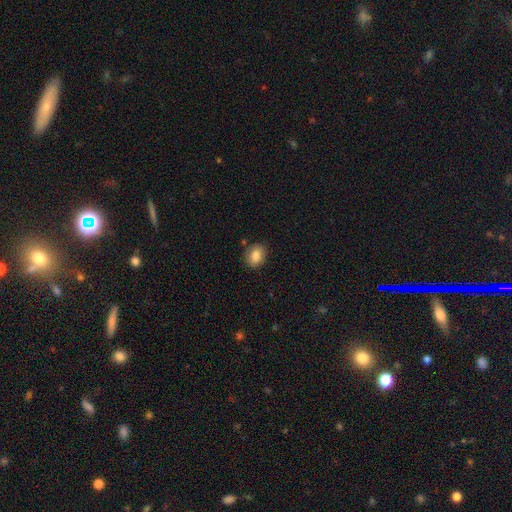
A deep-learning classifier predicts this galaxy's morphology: This is clearly a smooth galaxy (84%). How rounded: possibly in between (56%). Merging: clearly none (83%).